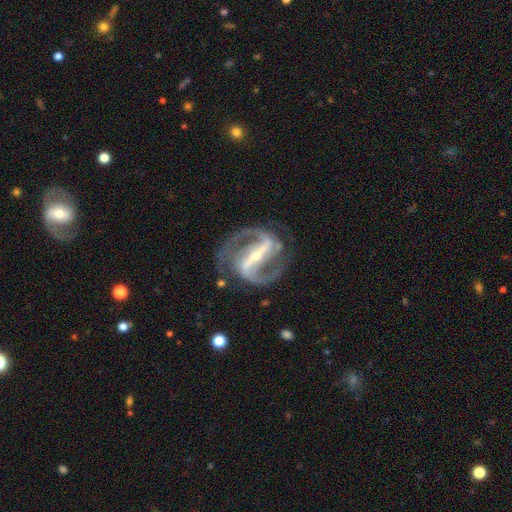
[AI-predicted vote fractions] Smooth or featured? featured or disk (93%)
Edge-on disk? no (97%)
Bar? strong (82%)
Spiral arms? yes (98%)
Spiral winding? medium (58%)
Spiral arm count? 2 (93%)
Bulge size? small (72%)
Merging? none (78%)